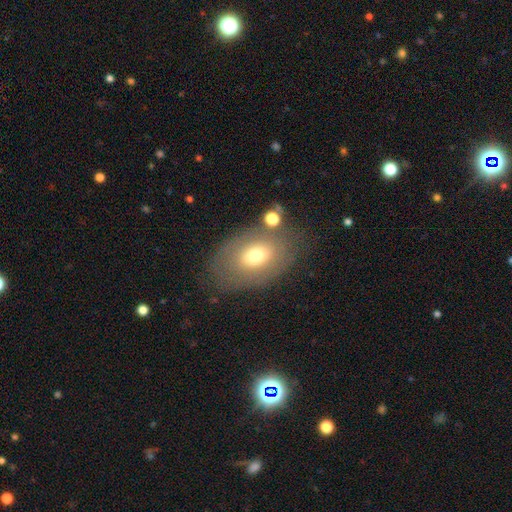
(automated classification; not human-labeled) Smooth or featured: smooth — 60% (featured or disk — 30%)
How rounded: in between — 84% (round — 14%)
Merging: none — 68% (minor disturbance — 16%)